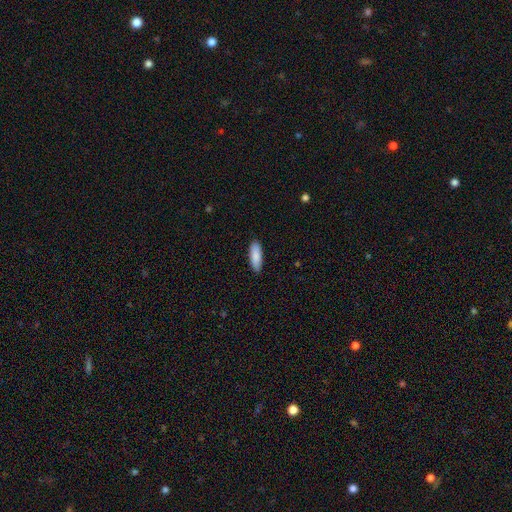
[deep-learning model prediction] Q: Smooth or featured?
A: smooth (88%); runner-up: featured or disk (6%)
Q: How rounded?
A: in between (63%); runner-up: cigar-shaped (35%)
Q: Merging?
A: none (88%); runner-up: minor disturbance (9%)